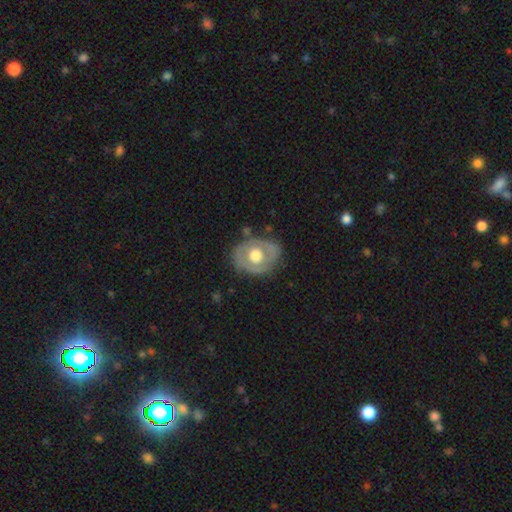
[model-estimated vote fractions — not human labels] The model was most divided on "bulge size": moderate: 49%, large: 45%, dominant: 3%, small: 2%, none: 1%. More confident: edge-on disk — no (94%); bar — no (88%); spiral arms — no (82%); merging — none (73%); smooth or featured — featured or disk (55%).